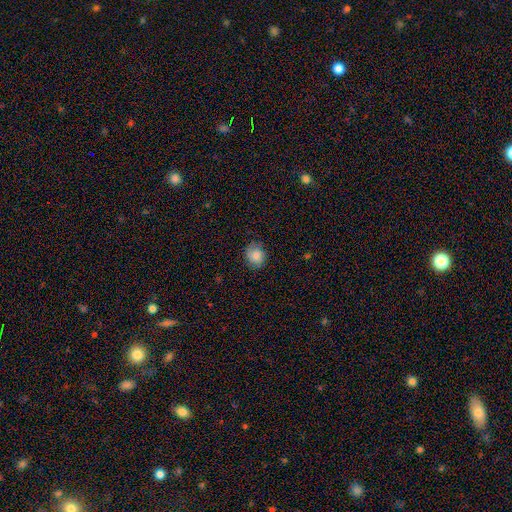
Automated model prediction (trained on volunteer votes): This appears to be a smooth galaxy with no disk features (80%) that is round (61%). Merging: none (73%).